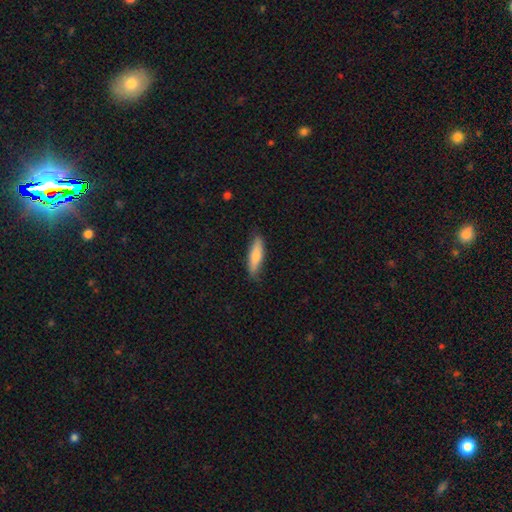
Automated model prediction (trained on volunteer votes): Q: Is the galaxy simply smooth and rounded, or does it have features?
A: smooth — 76%.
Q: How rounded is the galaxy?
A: cigar-shaped — 65%.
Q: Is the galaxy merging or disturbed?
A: none — 81%.